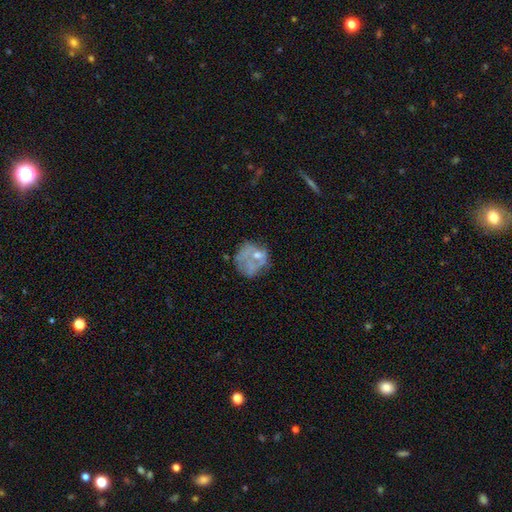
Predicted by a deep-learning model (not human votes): Overall: featured or disk (50%; smooth 38%). Merging: none (39%; major disturbance 30%).